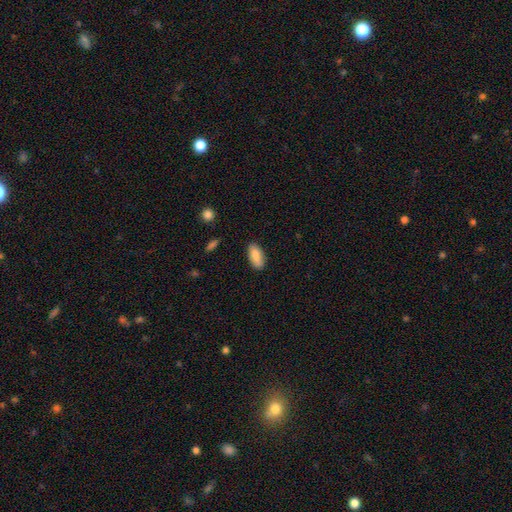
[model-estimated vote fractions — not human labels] A smooth galaxy with no disk features (85%) that is in between round and cigar-shaped (84%).

Vote fractions:
- Smooth or featured? smooth: 85% / featured or disk: 8% / star or artifact: 7%
- How rounded? in between: 84% / cigar-shaped: 14% / round: 2%
- Merging? none: 82% / minor disturbance: 14% / major disturbance: 3% / merger: 2%